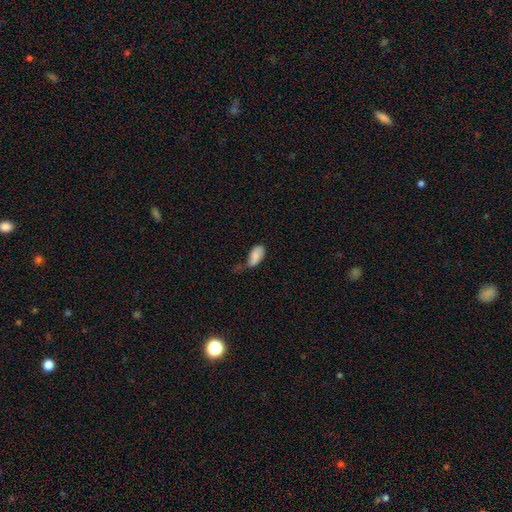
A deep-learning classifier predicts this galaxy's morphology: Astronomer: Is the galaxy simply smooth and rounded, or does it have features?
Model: smooth — 81%.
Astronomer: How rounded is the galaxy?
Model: in between — 93%.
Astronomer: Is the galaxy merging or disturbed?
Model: minor disturbance — 37% (runner-up: none, 32%).